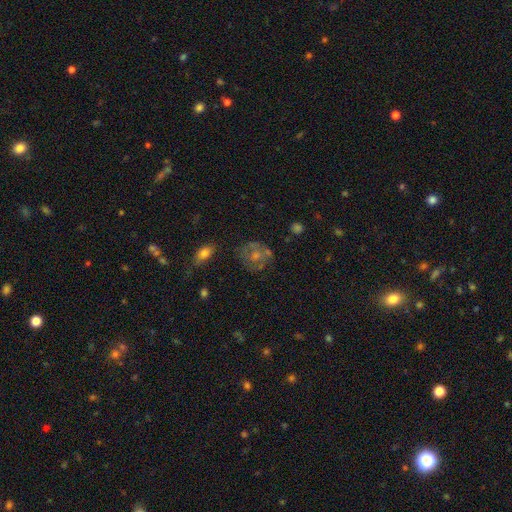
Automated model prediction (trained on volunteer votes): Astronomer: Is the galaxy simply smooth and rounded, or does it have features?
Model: featured or disk — 46% (runner-up: smooth, 35%).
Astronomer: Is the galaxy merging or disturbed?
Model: none — 64%.